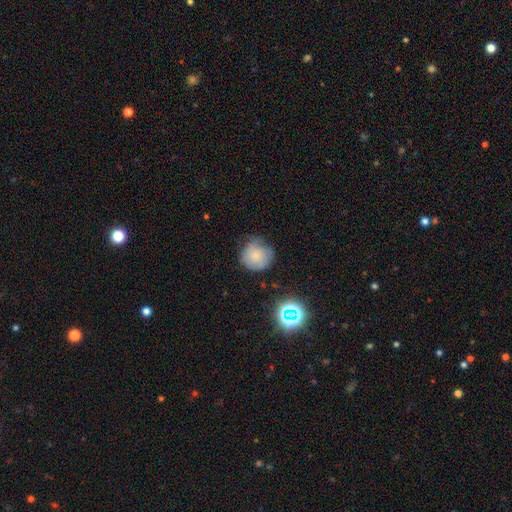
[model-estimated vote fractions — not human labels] Smooth or featured: smooth — 71% (featured or disk — 15%)
How rounded: round — 89% (in between — 10%)
Merging: none — 59% (minor disturbance — 28%)